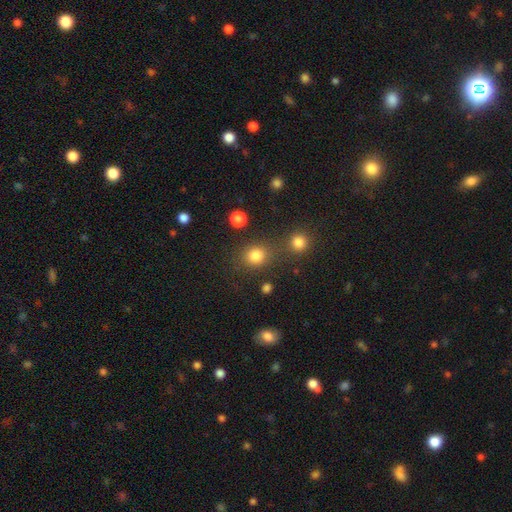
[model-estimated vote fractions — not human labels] A smooth galaxy with no disk features (81%) that is round (77%). Merging: none (71%).